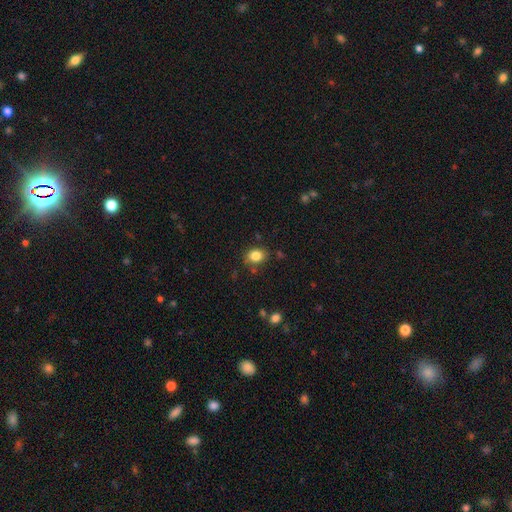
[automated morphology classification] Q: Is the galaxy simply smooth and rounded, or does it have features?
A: smooth — 83%.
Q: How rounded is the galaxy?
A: in between — 54%.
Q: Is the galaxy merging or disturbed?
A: none — 79%.